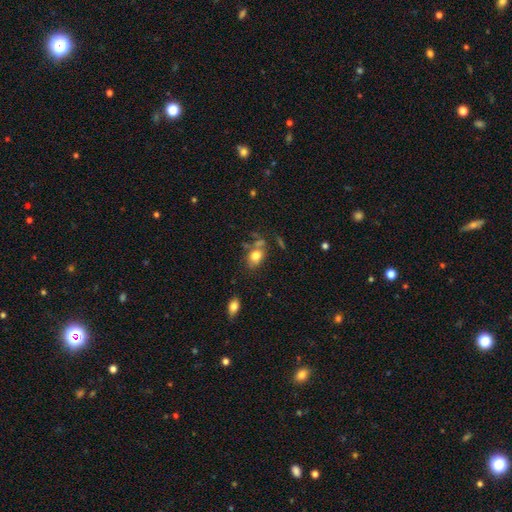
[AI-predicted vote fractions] This appears to be a smooth galaxy with no disk features (75%) that is in between round and cigar-shaped (74%). Merging: none (52%).